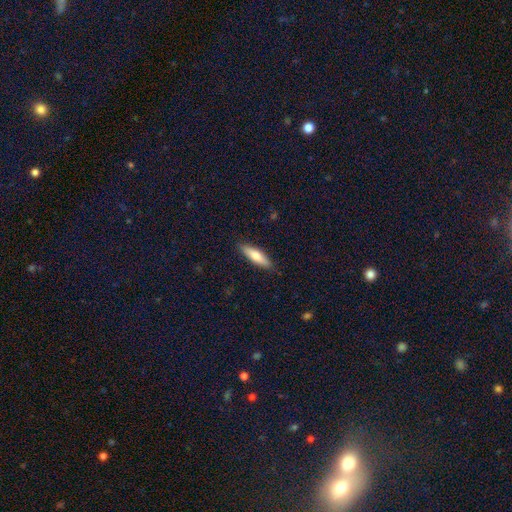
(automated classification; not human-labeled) smooth-or-featured: smooth: 71% | featured or disk: 23% | star or artifact: 6%
  how-rounded: cigar-shaped: 62% | in between: 36% | round: 2%
  merging: none: 88% | minor disturbance: 9% | major disturbance: 2% | merger: 1%